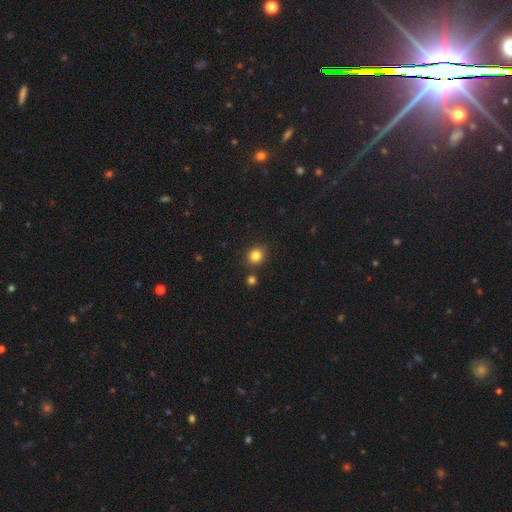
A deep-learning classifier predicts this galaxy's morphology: Smooth or featured?
  - smooth: 83% *
  - star or artifact: 12%
  - featured or disk: 5%
How rounded?
  - round: 81% *
  - in between: 19%
  - cigar-shaped: 1%
Merging?
  - none: 83% *
  - minor disturbance: 8%
  - merger: 6%
  - major disturbance: 3%